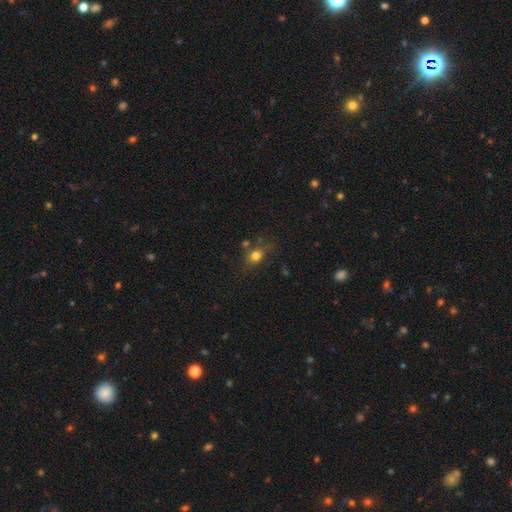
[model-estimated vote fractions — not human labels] Smooth or featured?
  - smooth: 75% *
  - star or artifact: 14%
  - featured or disk: 11%
How rounded?
  - round: 51% *
  - in between: 46%
  - cigar-shaped: 2%
Merging?
  - none: 60% *
  - minor disturbance: 22%
  - major disturbance: 10%
  - merger: 8%